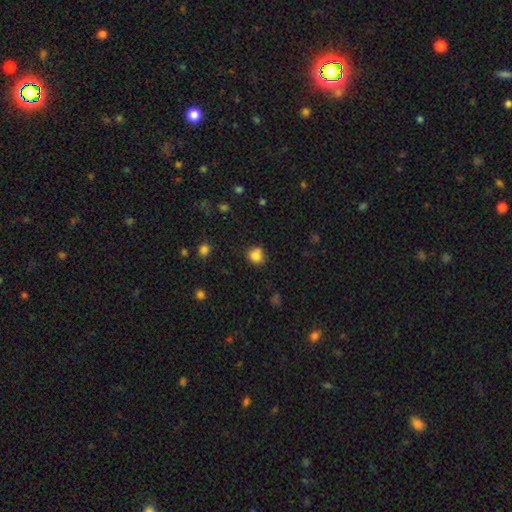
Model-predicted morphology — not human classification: A smooth galaxy with no disk features (81%) that is round (77%). Merging: none (68%).